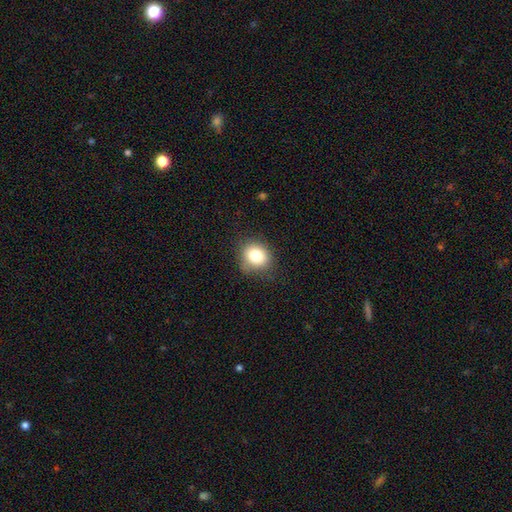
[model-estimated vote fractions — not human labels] Overall: smooth (81%). How rounded: round (68%; in between 31%). Merging: none (75%).